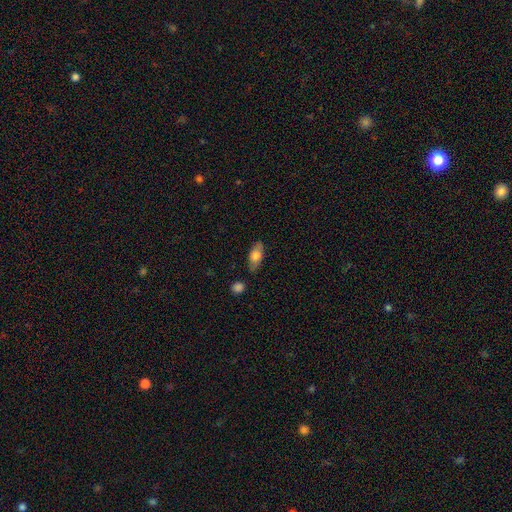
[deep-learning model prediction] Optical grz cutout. It shows a smooth galaxy with no disk features (67%) that is in between round and cigar-shaped (81%). Merging: none (81%).